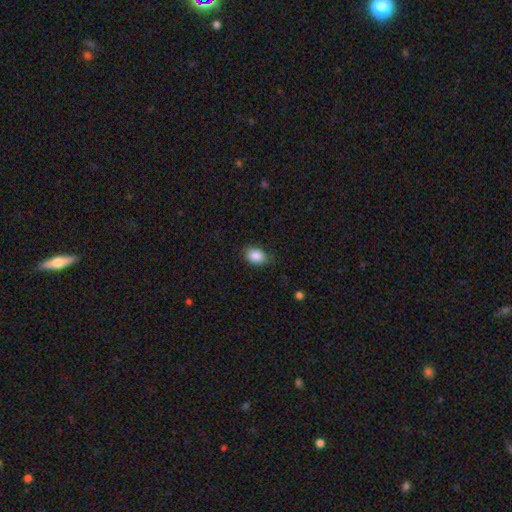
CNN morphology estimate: smooth 87%, star or artifact 8%, featured or disk 5%. Down the decision tree: how rounded — in between (78%); merging — none (79%).